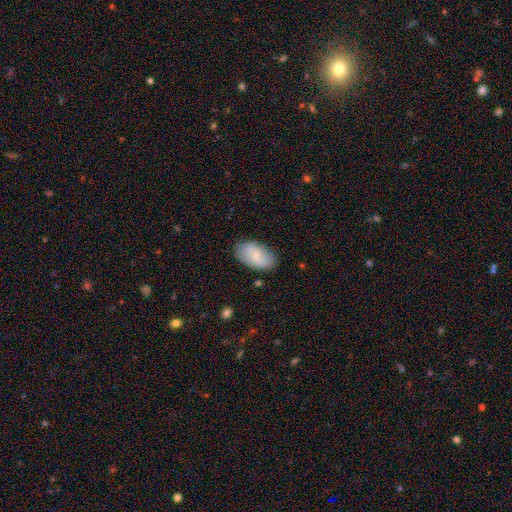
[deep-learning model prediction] A smooth galaxy with no disk features (69%) that is in between round and cigar-shaped (94%). Merging: none (80%).